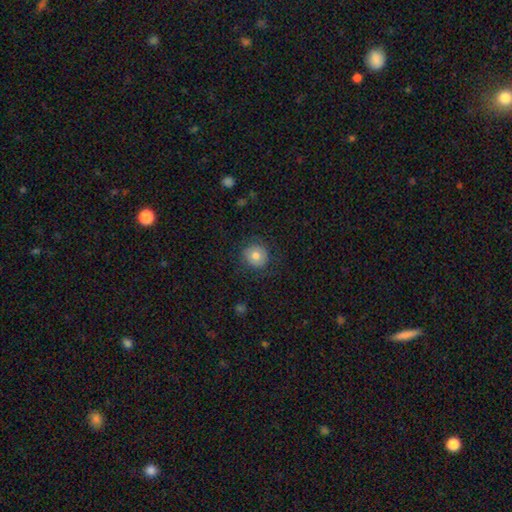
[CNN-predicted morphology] smooth 76%, featured or disk 15%, star or artifact 9%. Down the decision tree: how rounded — round (91%); merging — none (82%).